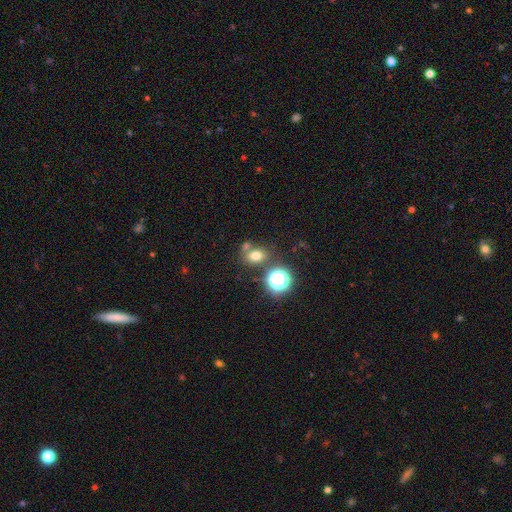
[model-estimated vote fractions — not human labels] Smooth or featured? smooth (70%)
How rounded? in between (54%)
Merging? none (64%)